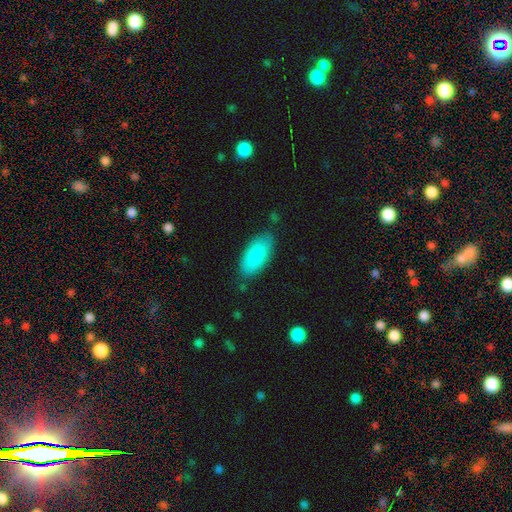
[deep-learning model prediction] smooth_or_featured: smooth (p=0.87) [alt: featured or disk p=0.07]
how_rounded: in between (p=0.91) [alt: cigar-shaped p=0.07]
merging: none (p=0.80) [alt: minor disturbance p=0.15]